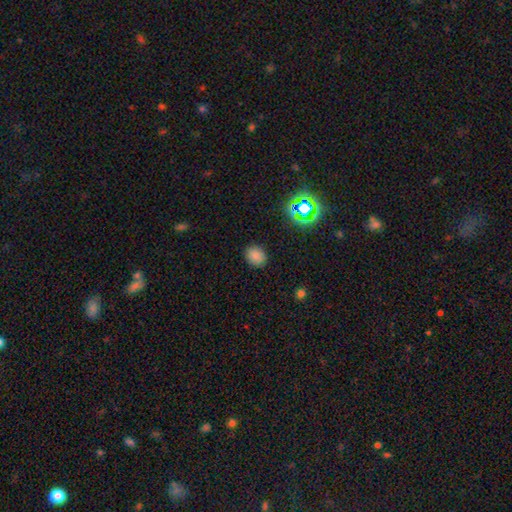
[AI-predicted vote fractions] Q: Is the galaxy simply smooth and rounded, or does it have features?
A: smooth — 80%.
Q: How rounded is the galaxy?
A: in between — 50%.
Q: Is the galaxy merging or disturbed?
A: none — 87%.